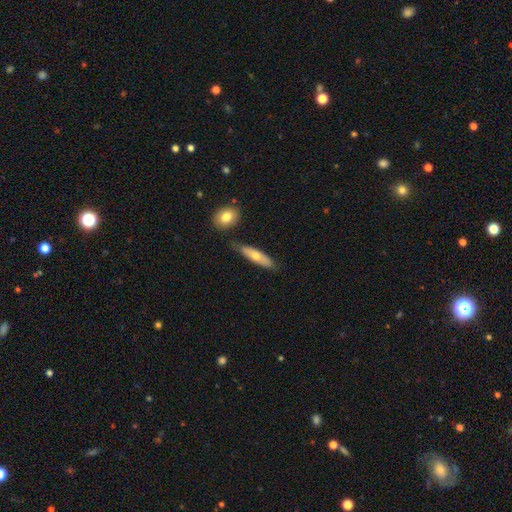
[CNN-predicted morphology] This is possibly a smooth galaxy (59%). How rounded: likely cigar-shaped (69%). Merging: likely none (75%).